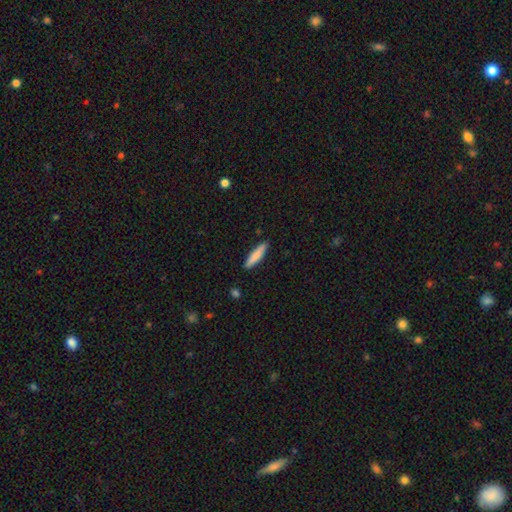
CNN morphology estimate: Overall: smooth (79%). How rounded: cigar-shaped (85%). Merging: none (89%).